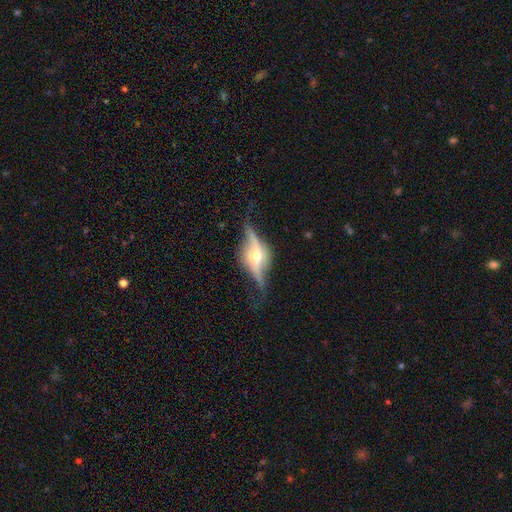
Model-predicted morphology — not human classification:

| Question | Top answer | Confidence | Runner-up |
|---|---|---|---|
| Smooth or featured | featured or disk | 85% | smooth (10%) |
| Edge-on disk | yes | 81% | no (19%) |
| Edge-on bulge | rounded | 89% | boxy (9%) |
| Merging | none | 68% | minor disturbance (20%) |